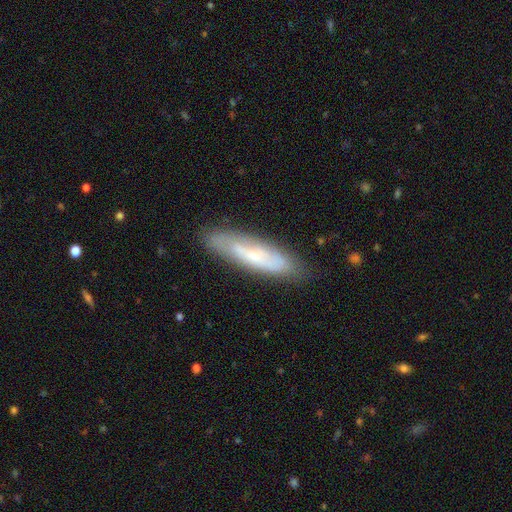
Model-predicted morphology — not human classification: smooth 47%, featured or disk 46%, star or artifact 7%. Down the decision tree: merging — none (80%).